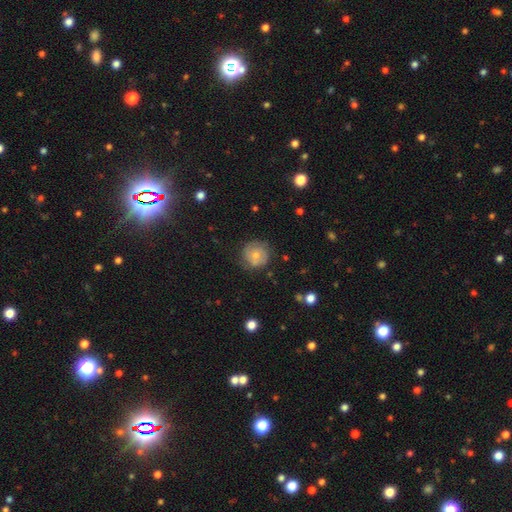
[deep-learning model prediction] This appears to be a smooth galaxy with no disk features (56%) that is round (91%). Merging: none (71%).